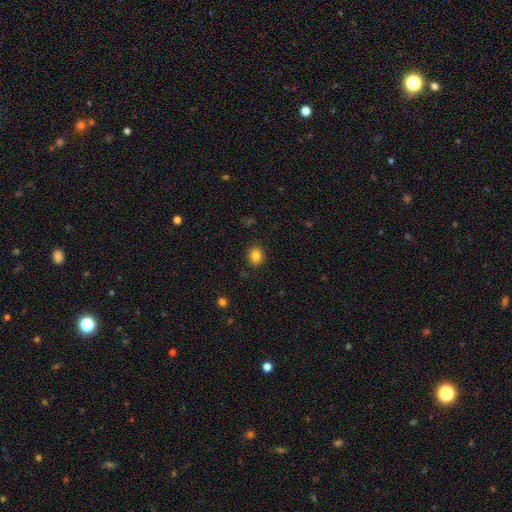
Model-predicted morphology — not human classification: Smooth or featured? smooth (85%)
How rounded? round (64%)
Merging? none (88%)